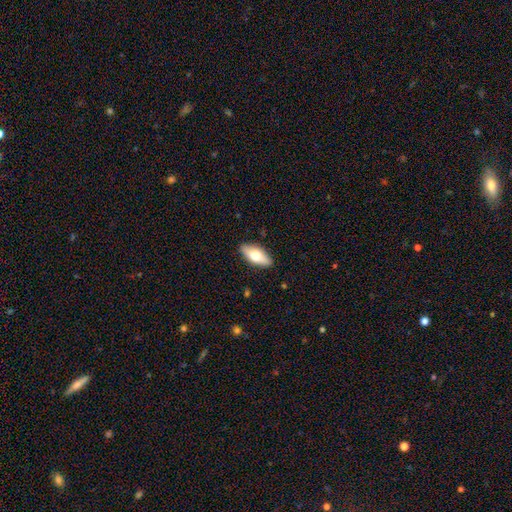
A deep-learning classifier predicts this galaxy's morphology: Smooth or featured? smooth (68%)
How rounded? in between (85%)
Merging? none (88%)